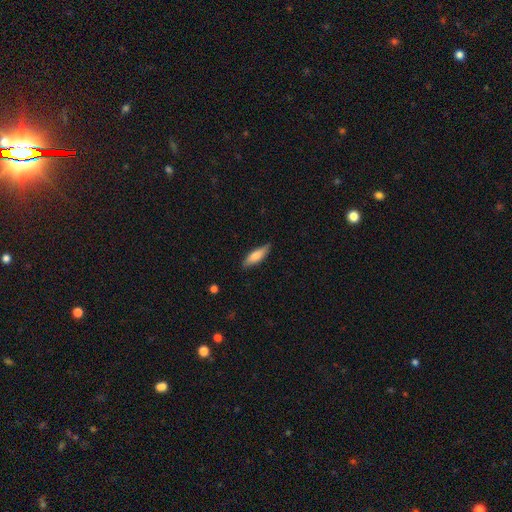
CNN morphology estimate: smooth_or_featured: smooth (p=0.75) [alt: featured or disk p=0.20]
how_rounded: cigar-shaped (p=0.51) [alt: in between p=0.47]
merging: none (p=0.81) [alt: minor disturbance p=0.16]